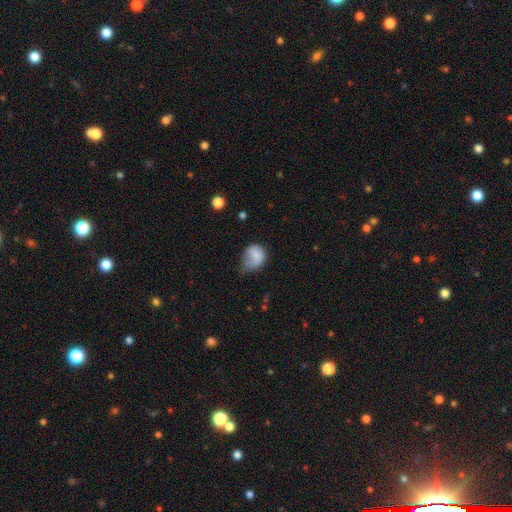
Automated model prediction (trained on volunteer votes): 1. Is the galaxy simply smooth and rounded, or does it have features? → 77% smooth, 15% featured or disk, 8% star or artifact.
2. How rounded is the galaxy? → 53% round, 46% in between, 1% cigar-shaped.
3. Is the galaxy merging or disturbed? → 41% minor disturbance, 29% none, 27% major disturbance, 3% merger.